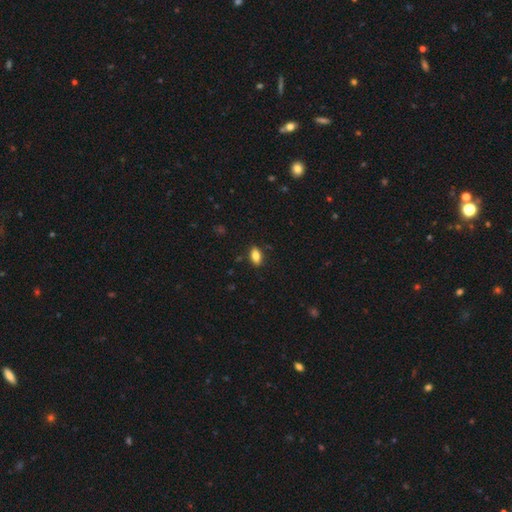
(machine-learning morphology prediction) A smooth galaxy with no disk features (81%) that is in between round and cigar-shaped (88%). Merging: none (87%).